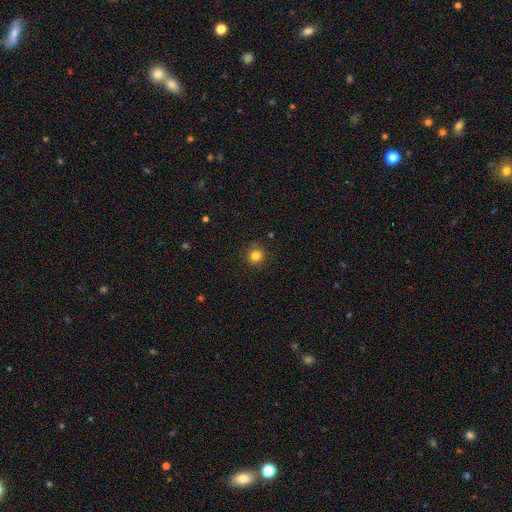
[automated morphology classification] Q: Smooth or featured?
A: smooth (82%); runner-up: star or artifact (13%)
Q: How rounded?
A: round (93%); runner-up: in between (6%)
Q: Merging?
A: none (89%); runner-up: minor disturbance (7%)